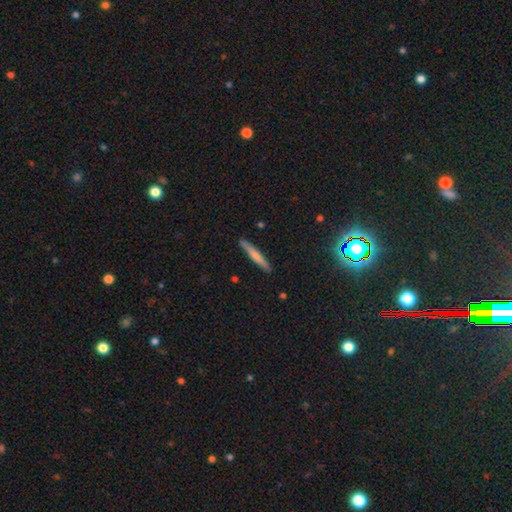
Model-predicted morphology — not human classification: A smooth galaxy with no disk features (65%) that is cigar-shaped (95%).

Vote fractions:
- Smooth or featured? smooth: 65% / featured or disk: 29% / star or artifact: 6%
- How rounded? cigar-shaped: 95% / in between: 3% / round: 1%
- Merging? none: 89% / minor disturbance: 8% / major disturbance: 1% / merger: 1%